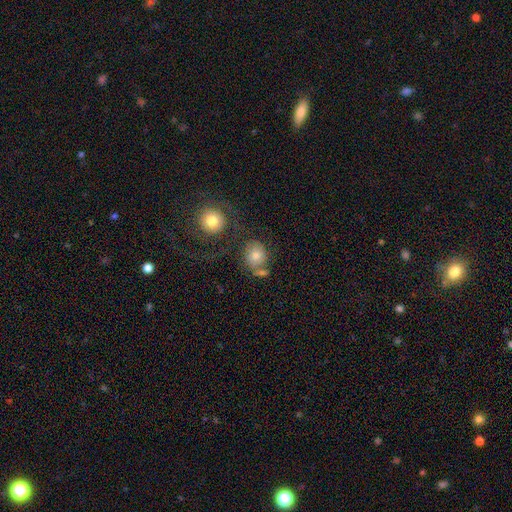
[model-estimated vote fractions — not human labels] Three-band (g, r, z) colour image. It shows a smooth galaxy with no disk features (71%) that is round (70%). Merging: none (50%).